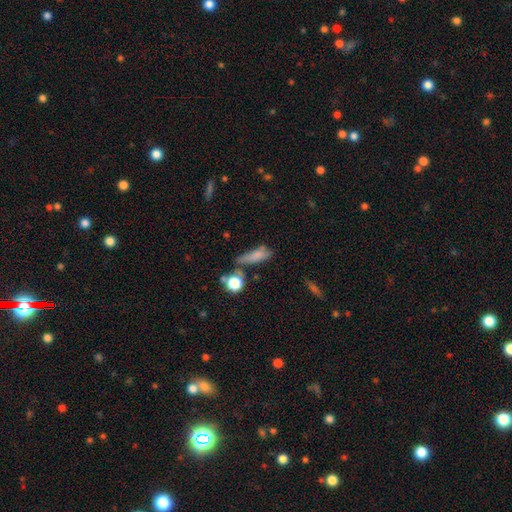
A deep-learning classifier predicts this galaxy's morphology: Smooth or featured? smooth (73%)
How rounded? cigar-shaped (49%)
Merging? none (48%)